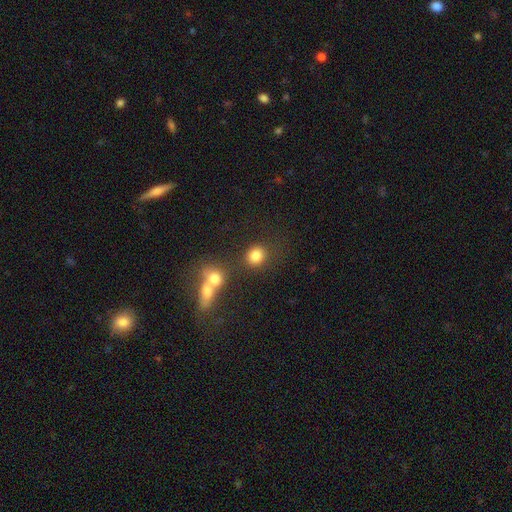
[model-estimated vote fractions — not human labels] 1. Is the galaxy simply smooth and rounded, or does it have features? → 82% smooth, 12% star or artifact, 6% featured or disk.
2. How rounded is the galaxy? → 81% round, 18% in between, 1% cigar-shaped.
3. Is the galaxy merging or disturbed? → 71% none, 15% merger, 9% minor disturbance, 5% major disturbance.